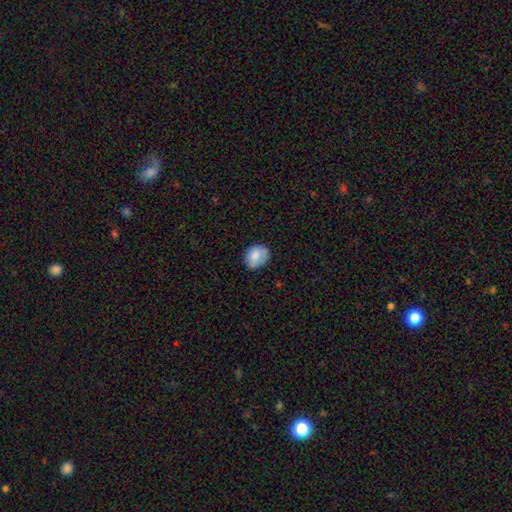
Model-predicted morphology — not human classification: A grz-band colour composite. It shows a smooth galaxy with no disk features (81%) that is in between round and cigar-shaped (52%). Merging: none (69%).